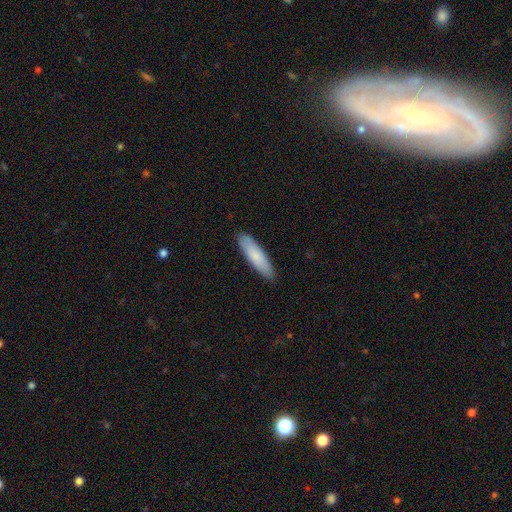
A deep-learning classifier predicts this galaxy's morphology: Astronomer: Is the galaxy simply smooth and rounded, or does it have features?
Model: smooth — 82%.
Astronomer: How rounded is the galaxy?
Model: cigar-shaped — 71%.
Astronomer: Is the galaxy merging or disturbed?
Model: none — 87%.